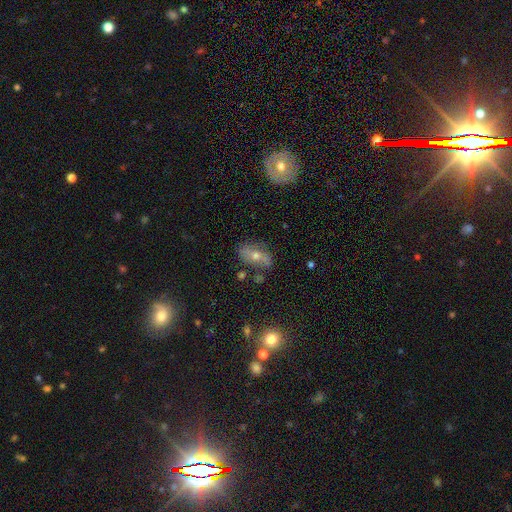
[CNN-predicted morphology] This appears to be a featured or disk galaxy (47%). Merging: none (70%).